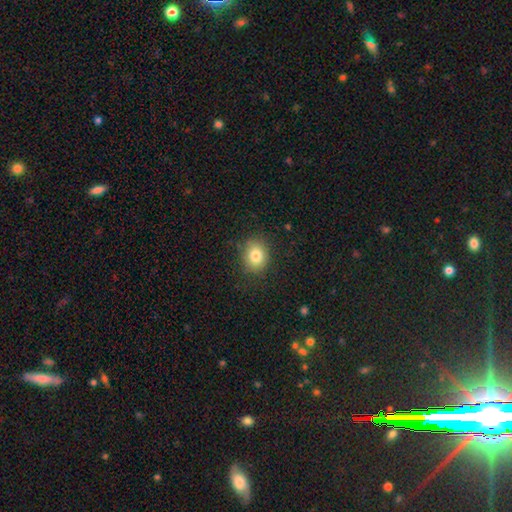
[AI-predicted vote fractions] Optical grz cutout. It shows a smooth galaxy with no disk features (82%) that is round (59%). Merging: none (84%).